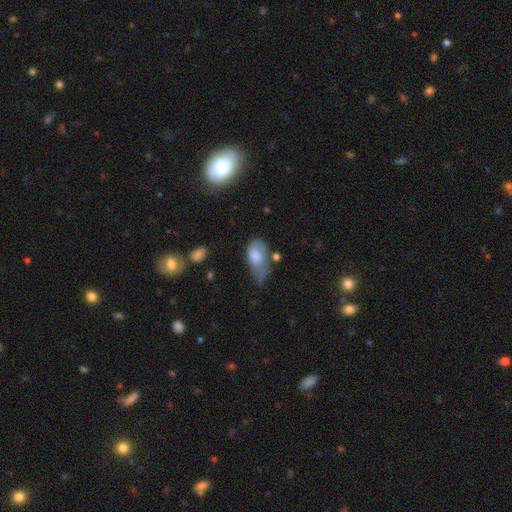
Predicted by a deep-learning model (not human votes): Q: Smooth or featured?
A: smooth (61%); runner-up: featured or disk (31%)
Q: How rounded?
A: in between (90%); runner-up: round (6%)
Q: Merging?
A: minor disturbance (41%); runner-up: none (28%)